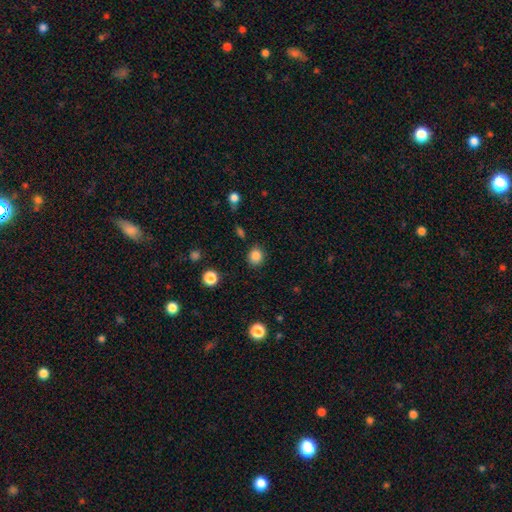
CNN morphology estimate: Smooth or featured? Predicted: smooth (p=0.85). How rounded? Predicted: round (p=0.81). Merging? Predicted: none (p=0.87).